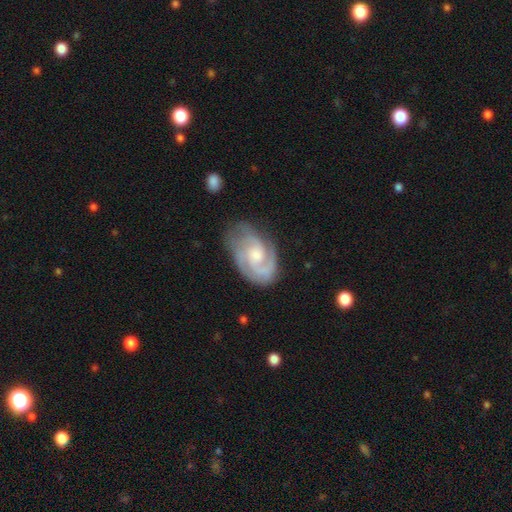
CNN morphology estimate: A featured or disk galaxy (85%) with no bar (63%), 2 (46%) tight (51%) spiral arms (97%) and a moderate central bulge (52%). Merging: none (71%).